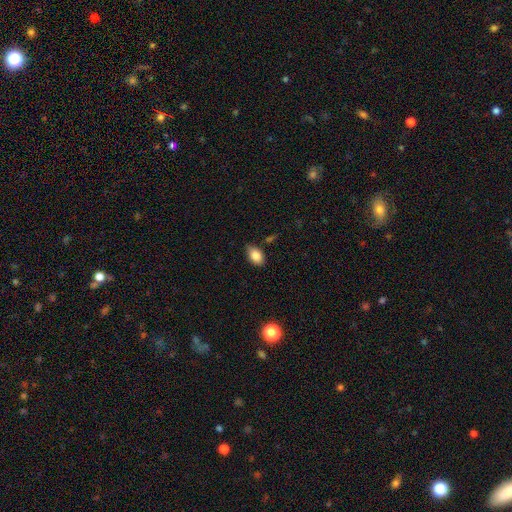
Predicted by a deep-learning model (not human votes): Overall: smooth (84%). How rounded: in between (88%). Merging: none (73%).